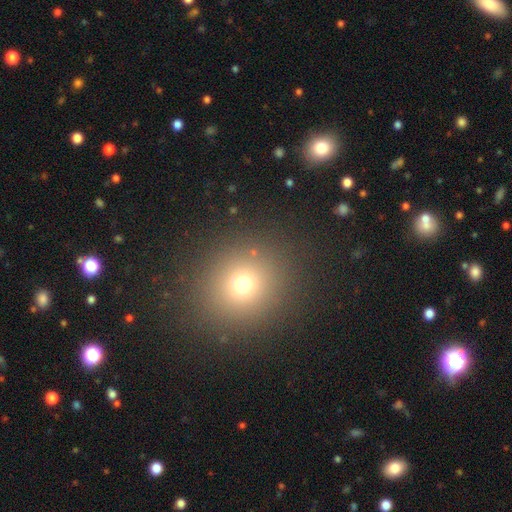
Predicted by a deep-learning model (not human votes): Morphology: type=smooth (62%); roundness=round (85%); merging=none (91%).